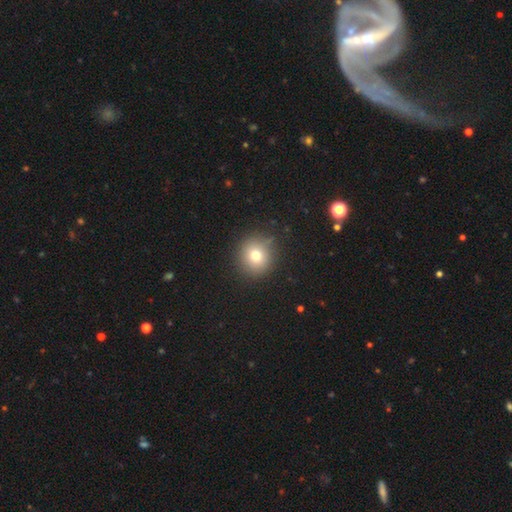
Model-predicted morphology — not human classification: smooth_or_featured: smooth (p=0.75) [alt: star or artifact p=0.14]
how_rounded: round (p=0.90) [alt: in between p=0.09]
merging: none (p=0.87) [alt: minor disturbance p=0.09]